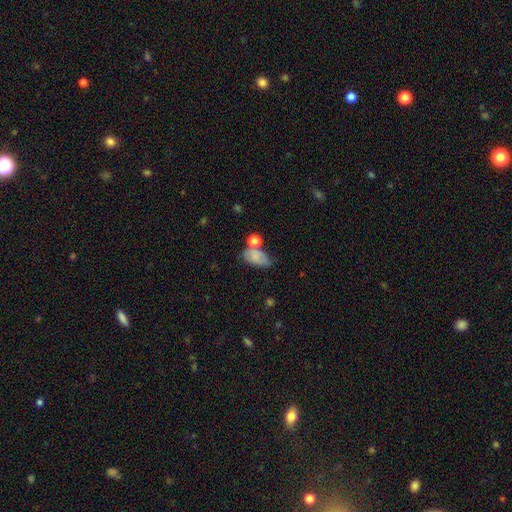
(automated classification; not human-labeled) A smooth galaxy with no disk features (74%) that is in between round and cigar-shaped (87%).

Vote fractions:
- Smooth or featured? smooth: 74% / featured or disk: 15% / star or artifact: 11%
- How rounded? in between: 87% / round: 11% / cigar-shaped: 3%
- Merging? none: 41% / minor disturbance: 24% / merger: 23% / major disturbance: 11%